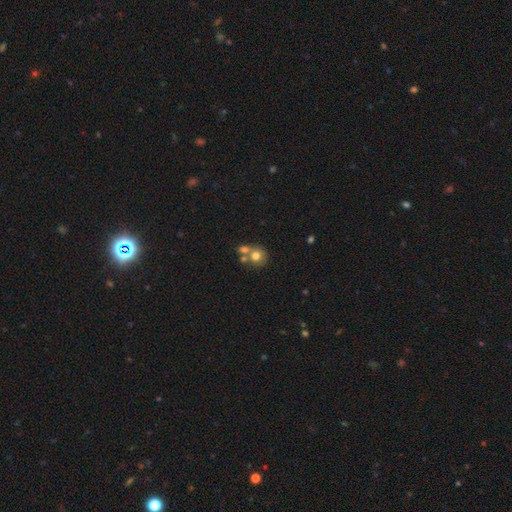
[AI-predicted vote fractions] A smooth galaxy with no disk features (71%) that is round (82%).

Vote fractions:
- Smooth or featured? smooth: 71% / featured or disk: 18% / star or artifact: 11%
- How rounded? round: 82% / in between: 17% / cigar-shaped: 1%
- Merging? merger: 44% / none: 43% / minor disturbance: 9% / major disturbance: 4%